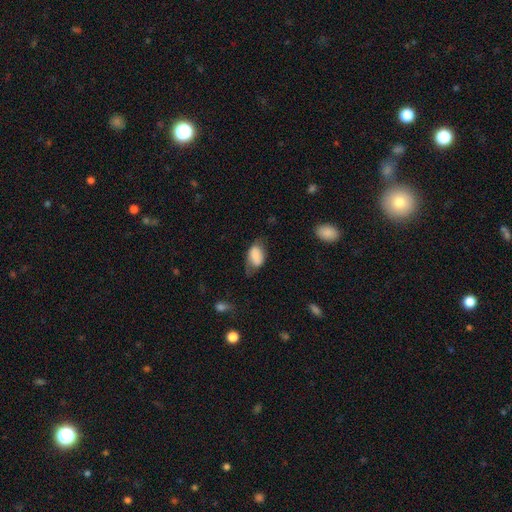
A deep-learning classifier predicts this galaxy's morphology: Smooth or featured? Predicted: smooth (p=0.77). How rounded? Predicted: in between (p=0.90). Merging? Predicted: none (p=0.45).